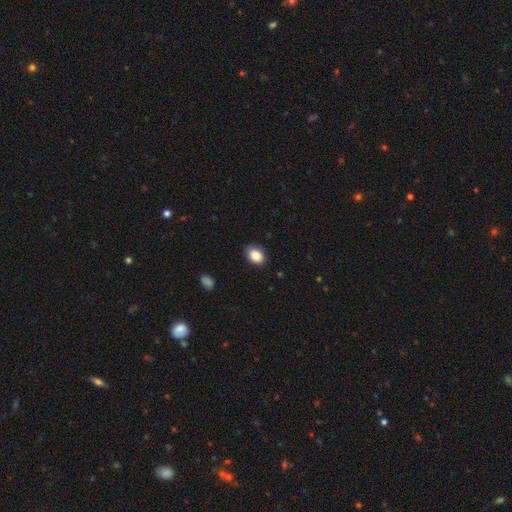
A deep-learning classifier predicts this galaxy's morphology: smooth 88%, star or artifact 8%, featured or disk 4%. Down the decision tree: how rounded — in between (71%); merging — none (84%).